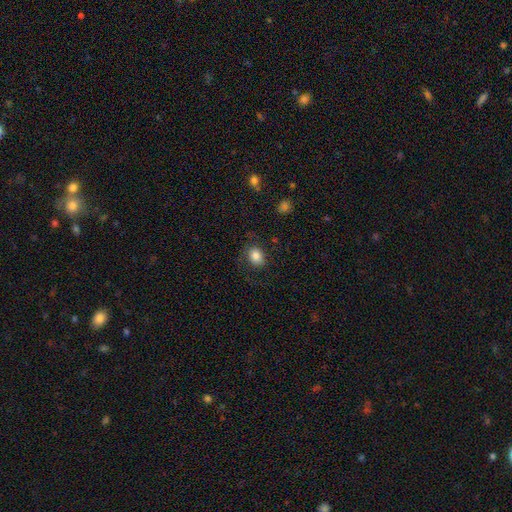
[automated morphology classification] Smooth or featured? smooth (83%)
How rounded? in between (51%)
Merging? none (73%)